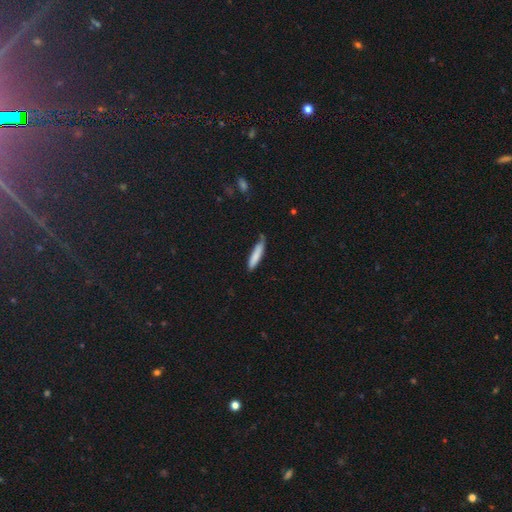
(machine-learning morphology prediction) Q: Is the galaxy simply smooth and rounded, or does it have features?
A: smooth — 82%.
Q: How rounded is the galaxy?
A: cigar-shaped — 87%.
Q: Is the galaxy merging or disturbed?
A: none — 65%.